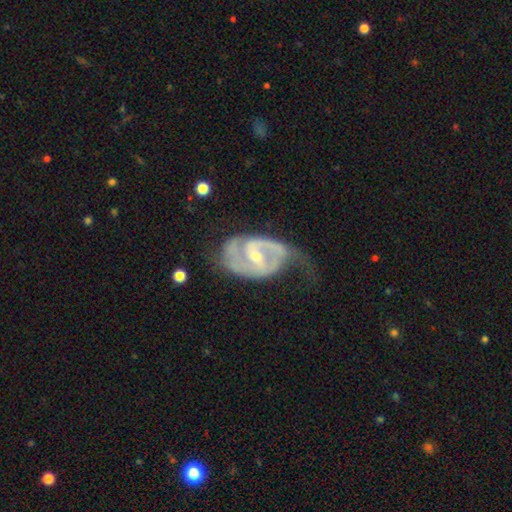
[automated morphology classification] Q: Smooth or featured?
A: featured or disk (88%); runner-up: smooth (8%)
Q: Edge-on disk?
A: no (97%); runner-up: yes (3%)
Q: Bar?
A: weak (47%); runner-up: strong (32%)
Q: Spiral arms?
A: yes (94%); runner-up: no (6%)
Q: Spiral winding?
A: medium (47%); runner-up: tight (32%)
Q: Spiral arm count?
A: 2 (74%); runner-up: can't tell (11%)
Q: Bulge size?
A: small (53%); runner-up: moderate (44%)
Q: Merging?
A: none (36%); runner-up: major disturbance (33%)